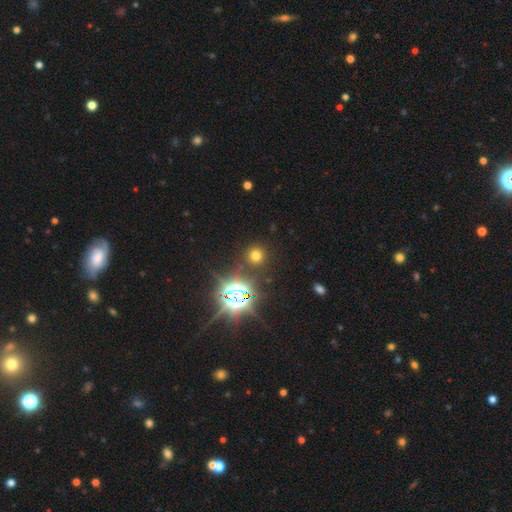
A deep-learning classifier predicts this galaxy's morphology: smooth-or-featured: smooth: 62% | star or artifact: 31% | featured or disk: 7%
  how-rounded: round: 93% | in between: 6% | cigar-shaped: 1%
  merging: none: 88% | minor disturbance: 6% | merger: 3% | major disturbance: 3%